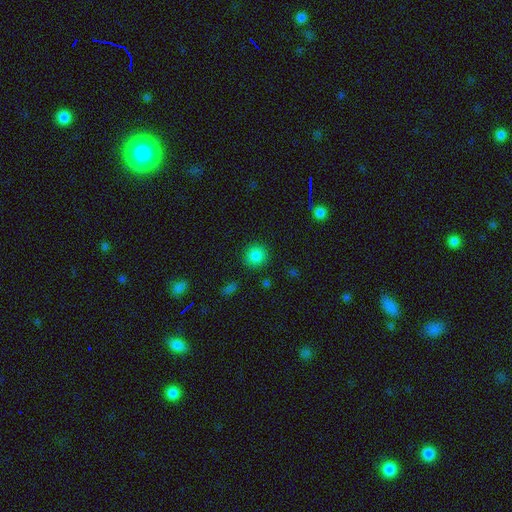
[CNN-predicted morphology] Smooth or featured? Predicted: smooth (p=0.85). How rounded? Predicted: round (p=0.89). Merging? Predicted: none (p=0.89).